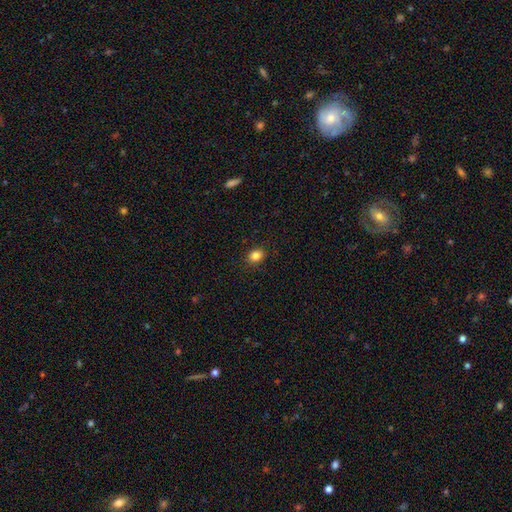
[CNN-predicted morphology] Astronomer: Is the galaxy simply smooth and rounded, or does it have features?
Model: smooth — 84%.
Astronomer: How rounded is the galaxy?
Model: round — 50% (runner-up: in between, 49%).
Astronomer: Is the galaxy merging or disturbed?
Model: none — 89%.